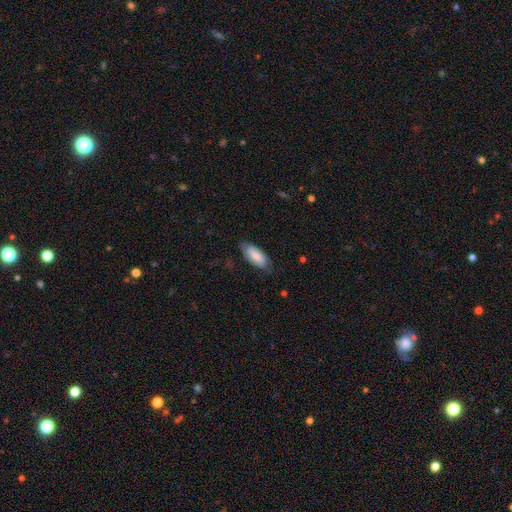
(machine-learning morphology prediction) This appears to be a smooth galaxy with no disk features (77%) that is in between round and cigar-shaped (85%). Merging: none (72%).